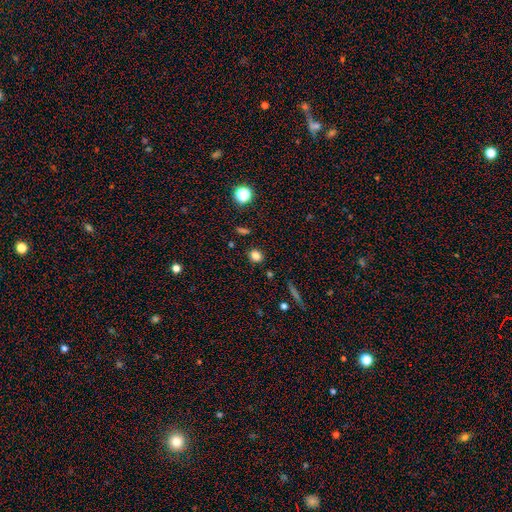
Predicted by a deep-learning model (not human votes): smooth_or_featured: smooth (p=0.80) [alt: star or artifact p=0.13]
how_rounded: round (p=0.70) [alt: in between p=0.28]
merging: none (p=0.88) [alt: minor disturbance p=0.08]